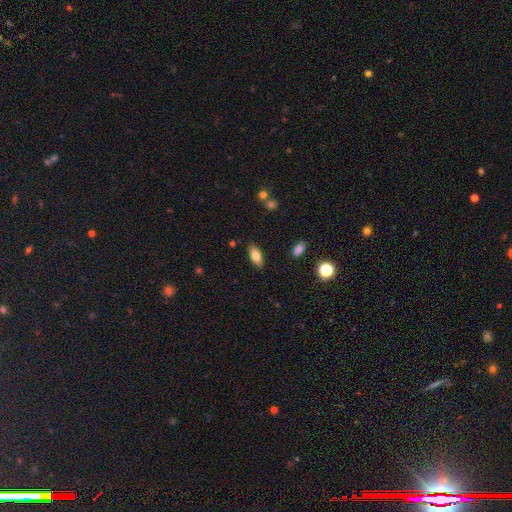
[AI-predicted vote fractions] The model was most divided on "smooth or featured": smooth: 78%, featured or disk: 14%, star or artifact: 8%. More confident: how rounded — in between (86%); merging — none (86%).